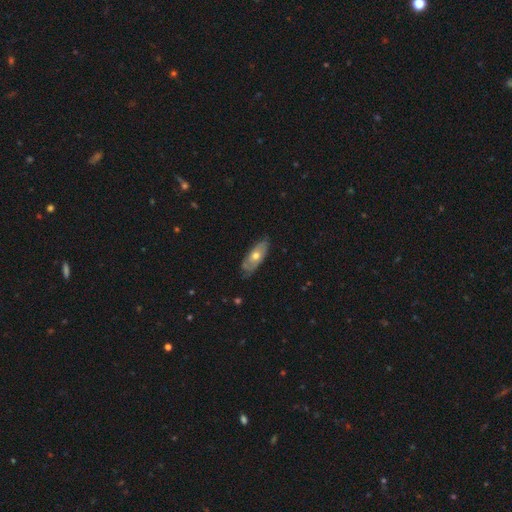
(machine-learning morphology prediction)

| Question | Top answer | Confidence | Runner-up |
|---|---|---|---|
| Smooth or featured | featured or disk | 47% | tied: smooth (47%) |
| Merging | none | 72% | minor disturbance (22%) |